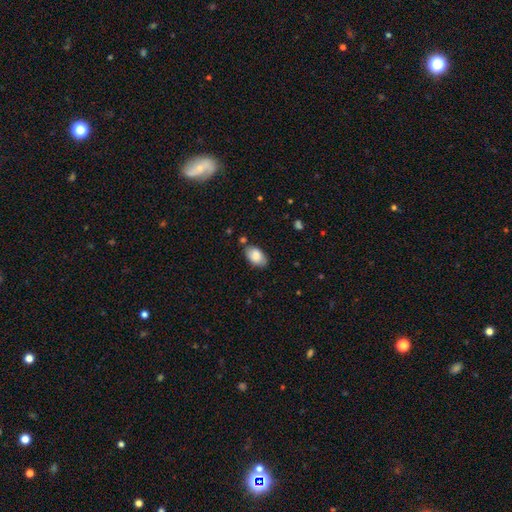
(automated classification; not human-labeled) smooth_or_featured: smooth (p=0.86) [alt: featured or disk p=0.08]
how_rounded: in between (p=0.93) [alt: round p=0.05]
merging: none (p=0.78) [alt: minor disturbance p=0.15]